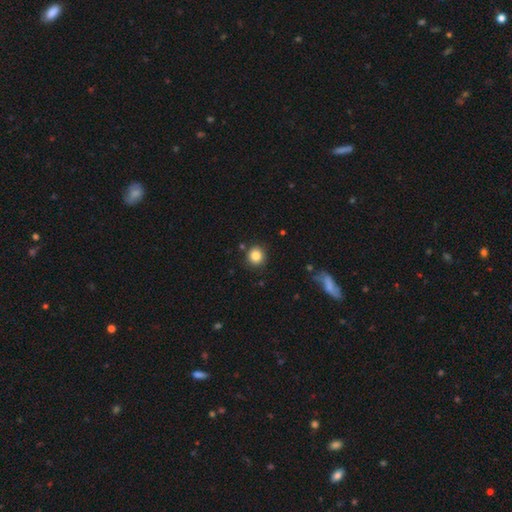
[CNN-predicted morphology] The model was most divided on "smooth or featured": smooth: 84%, star or artifact: 10%, featured or disk: 5%. More confident: how rounded — round (90%); merging — none (86%).